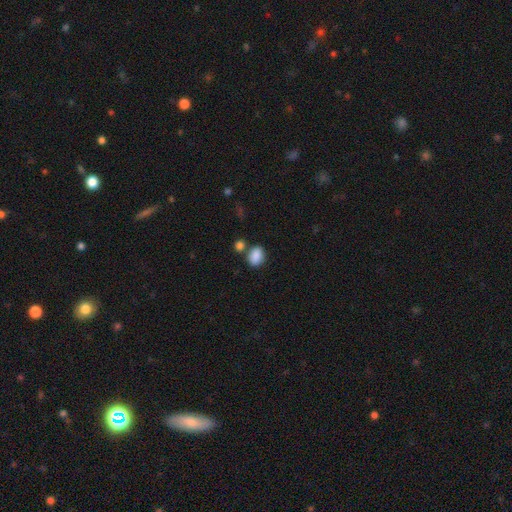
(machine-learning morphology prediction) A smooth galaxy with no disk features (87%) that is in between round and cigar-shaped (67%). Merging: none (63%).